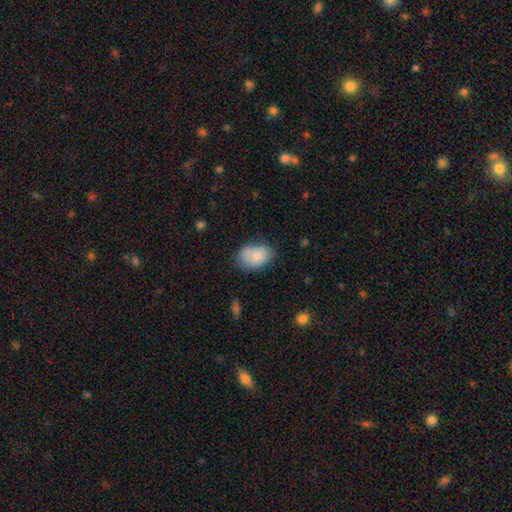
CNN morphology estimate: Smooth or featured: smooth — 81% (featured or disk — 12%)
How rounded: in between — 86% (round — 13%)
Merging: none — 63% (minor disturbance — 27%)